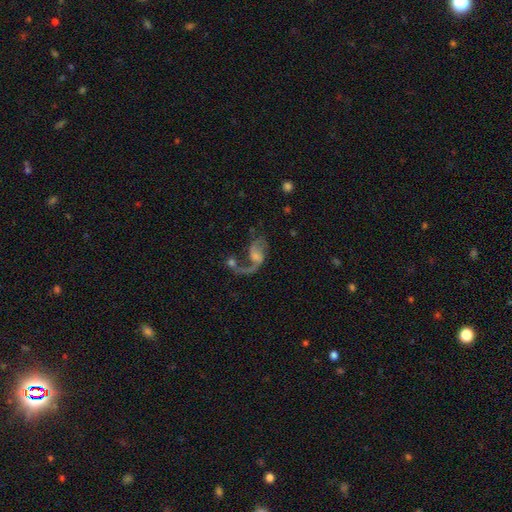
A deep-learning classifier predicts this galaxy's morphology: featured or disk 77%, smooth 14%, star or artifact 10%. Down the decision tree: edge-on disk — no (97%); bar — no (53%); spiral arms — yes (88%); spiral arm count — 2 (56%); spiral winding — loose (74%); bulge size — small (39%); merging — major disturbance (32%).